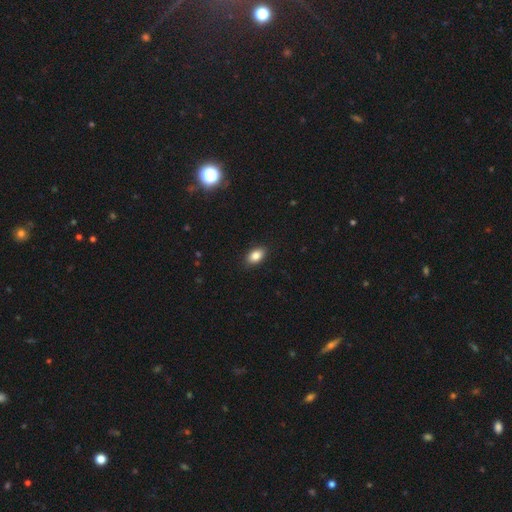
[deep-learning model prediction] smooth_or_featured: smooth (p=0.85) [alt: star or artifact p=0.09]
how_rounded: in between (p=0.88) [alt: round p=0.10]
merging: none (p=0.89) [alt: minor disturbance p=0.08]